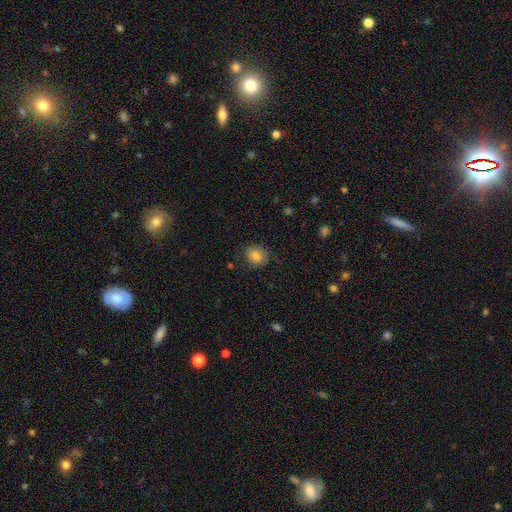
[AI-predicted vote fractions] Smooth or featured: smooth — 81% (star or artifact — 10%)
How rounded: round — 69% (in between — 30%)
Merging: none — 80% (minor disturbance — 15%)